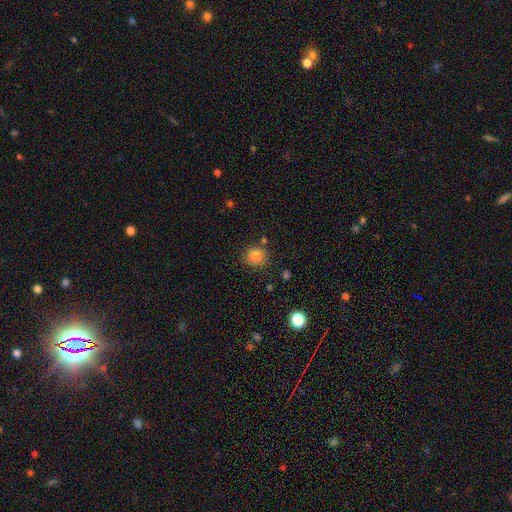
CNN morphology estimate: Q: Smooth or featured?
A: smooth (84%); runner-up: star or artifact (11%)
Q: How rounded?
A: round (86%); runner-up: in between (13%)
Q: Merging?
A: none (79%); runner-up: minor disturbance (12%)